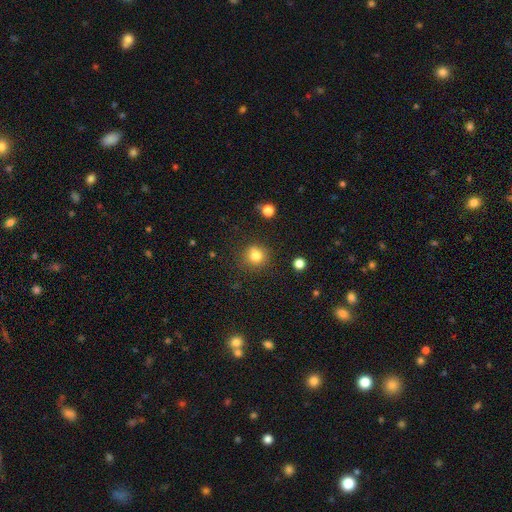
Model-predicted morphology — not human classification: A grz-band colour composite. It shows a smooth galaxy with no disk features (79%) that is round (90%). Merging: none (78%).